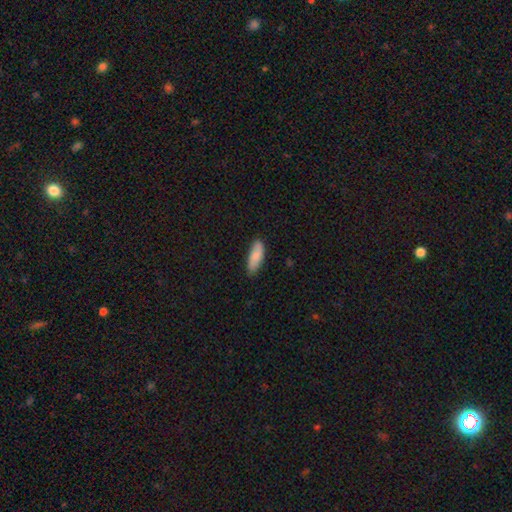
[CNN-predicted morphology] Smooth or featured? Predicted: smooth (p=0.82). How rounded? Predicted: in between (p=0.69). Merging? Predicted: none (p=0.80).